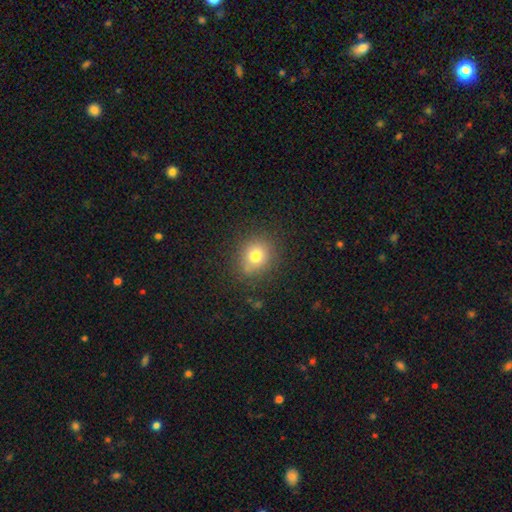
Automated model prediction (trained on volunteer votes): smooth-or-featured: smooth: 75% | star or artifact: 14% | featured or disk: 10%
  how-rounded: round: 77% | in between: 22% | cigar-shaped: 1%
  merging: none: 83% | minor disturbance: 11% | major disturbance: 4% | merger: 2%